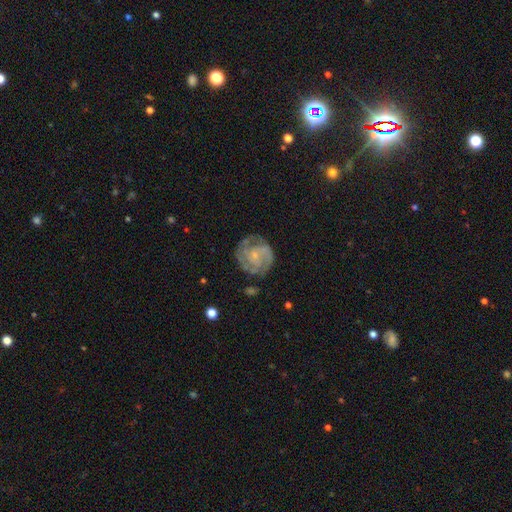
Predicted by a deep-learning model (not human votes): smooth_or_featured: featured or disk (p=0.83) [alt: smooth p=0.11]
disk_edge_on: no (p=0.98) [alt: yes p=0.02]
bar: no (p=0.67) [alt: weak p=0.28]
has_spiral_arms: yes (p=0.95) [alt: no p=0.05]
spiral_winding: tight (p=0.57) [alt: medium p=0.35]
spiral_arm_count: 2 (p=0.30) [alt: 3 p=0.29]
bulge_size: small (p=0.74) [alt: moderate p=0.15]
merging: none (p=0.72) [alt: minor disturbance p=0.18]